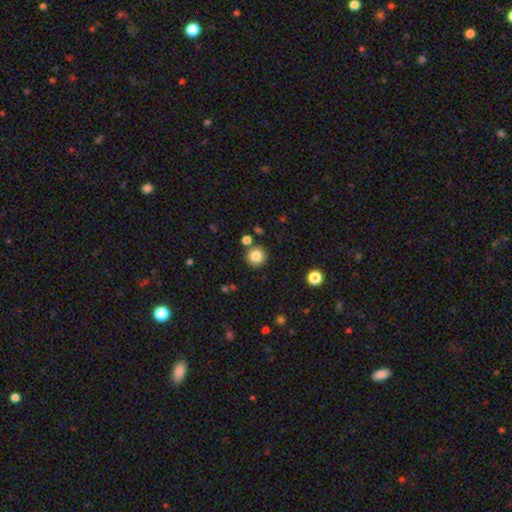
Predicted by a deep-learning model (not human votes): Smooth or featured: smooth — 83% (star or artifact — 10%)
How rounded: round — 93% (in between — 6%)
Merging: none — 83% (merger — 8%)